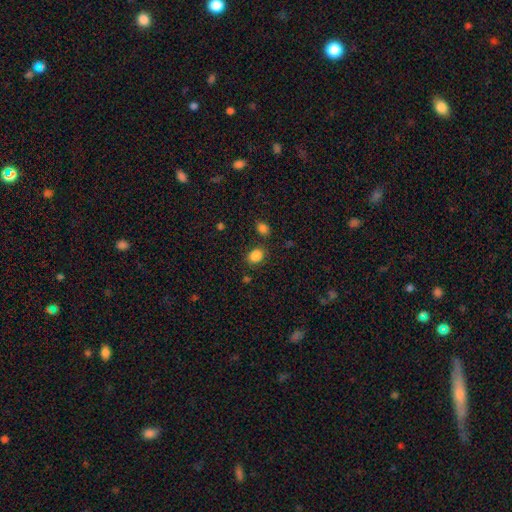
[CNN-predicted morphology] Overall: smooth (86%). How rounded: in between (60%; round 39%). Merging: none (77%).